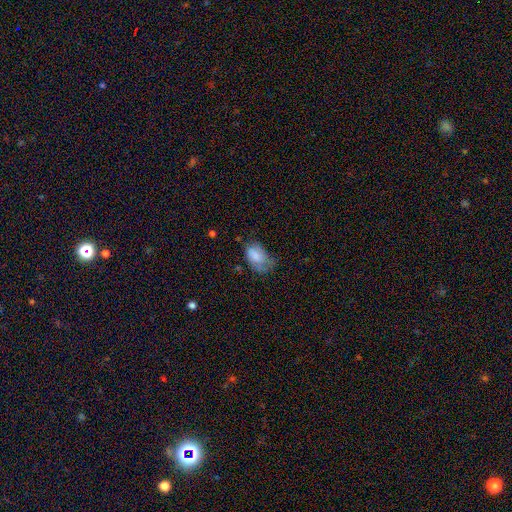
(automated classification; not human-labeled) A smooth galaxy with no disk features (79%) that is in between round and cigar-shaped (90%). Merging: minor disturbance (39%).